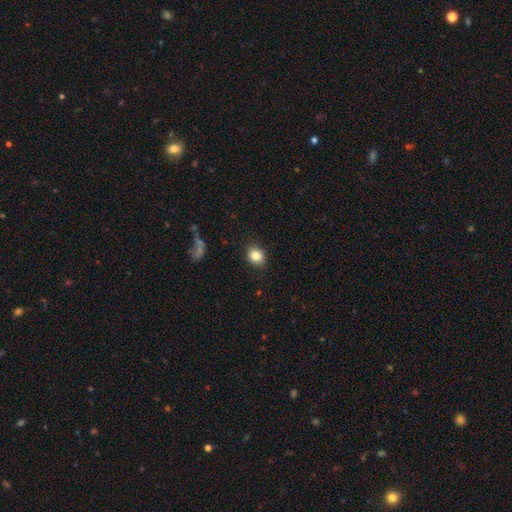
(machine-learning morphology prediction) This appears to be a smooth galaxy with no disk features (83%) that is round (64%). Merging: none (88%).